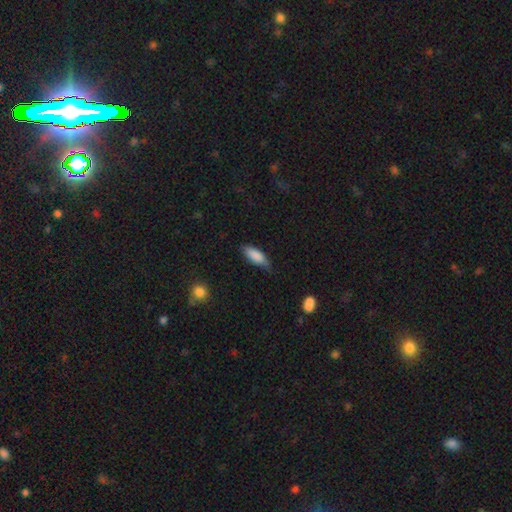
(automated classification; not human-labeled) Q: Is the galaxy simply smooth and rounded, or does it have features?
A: smooth — 86%.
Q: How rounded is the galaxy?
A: in between — 67%.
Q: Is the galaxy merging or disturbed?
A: none — 71%.